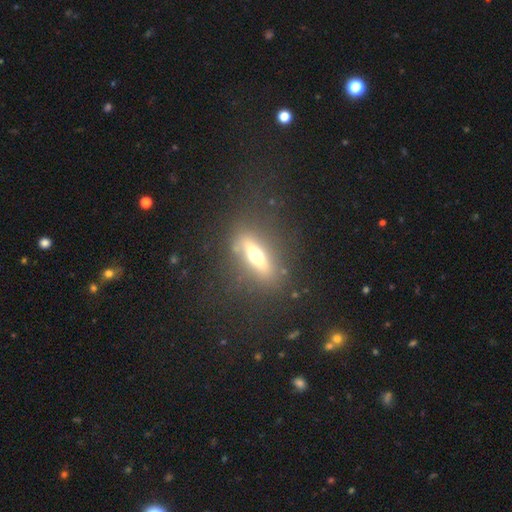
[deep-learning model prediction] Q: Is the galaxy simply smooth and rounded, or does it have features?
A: featured or disk — 52%.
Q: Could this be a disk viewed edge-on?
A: yes — 75%.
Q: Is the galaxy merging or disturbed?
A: none — 80%.